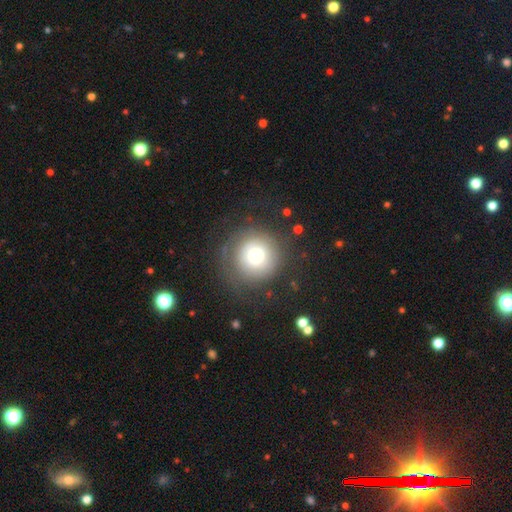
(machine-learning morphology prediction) Smooth or featured? smooth (67%)
How rounded? round (95%)
Merging? none (71%)